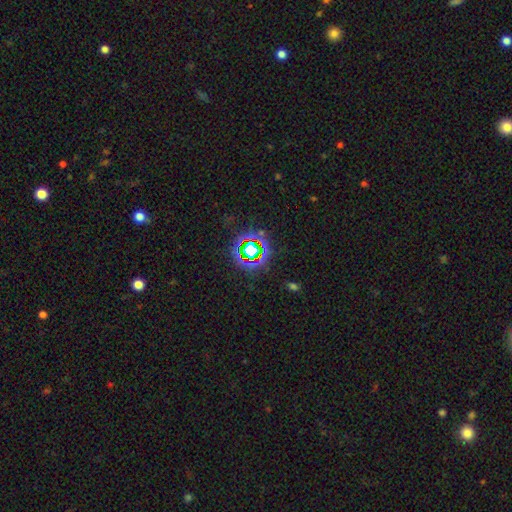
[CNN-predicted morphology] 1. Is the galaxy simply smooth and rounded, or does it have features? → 71% star or artifact, 19% smooth, 10% featured or disk.